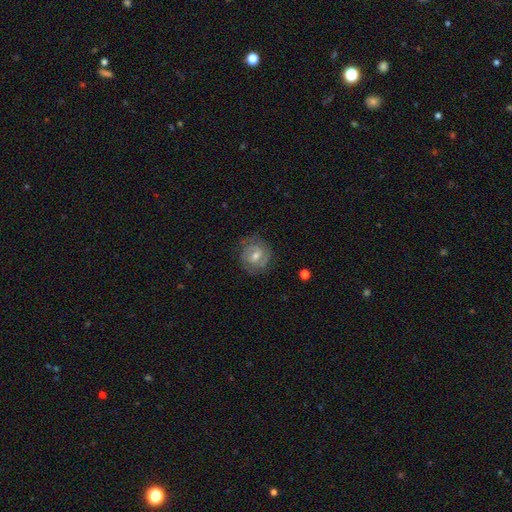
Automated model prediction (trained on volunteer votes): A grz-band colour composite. It shows a featured or disk galaxy (65%) with a weak bar (51%), 2 (65%) tight (55%) spiral arms (82%) and a moderate central bulge (59%). Merging: none (75%).